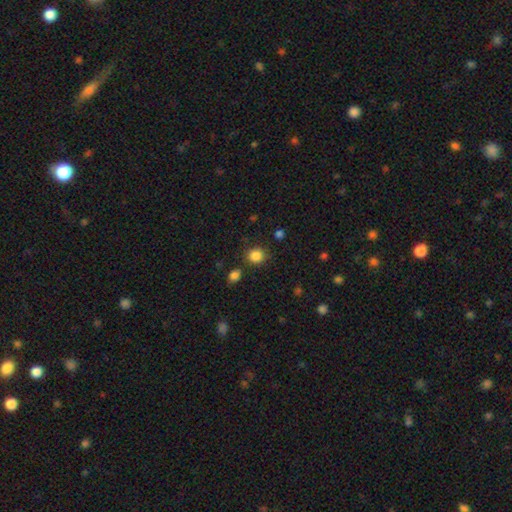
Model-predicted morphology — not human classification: Smooth or featured? smooth (85%)
How rounded? round (81%)
Merging? none (83%)